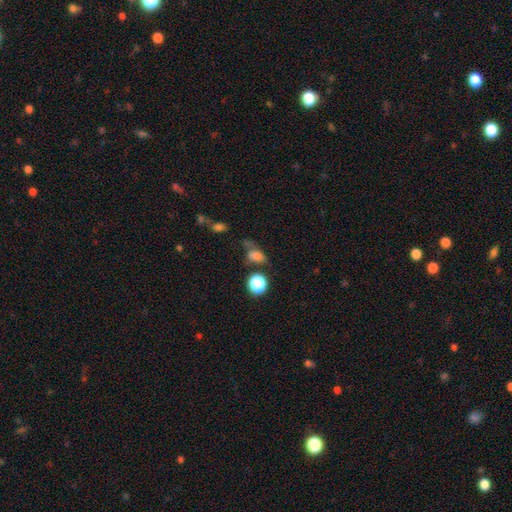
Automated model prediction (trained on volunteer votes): smooth 71%, star or artifact 18%, featured or disk 11%. Down the decision tree: how rounded — in between (69%); merging — none (45%).